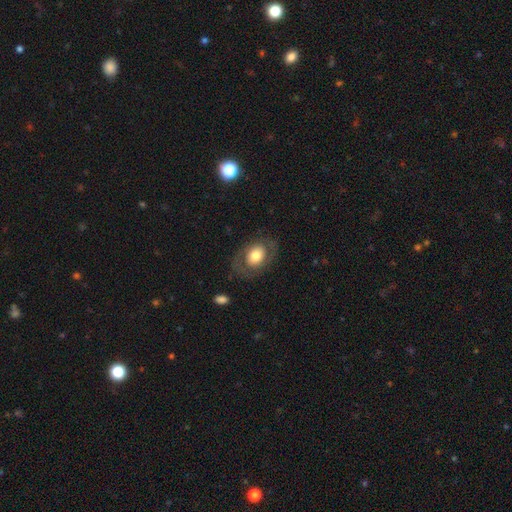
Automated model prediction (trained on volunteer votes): smooth_or_featured: smooth (p=0.56) [alt: featured or disk p=0.37]
how_rounded: in between (p=0.66) [alt: round p=0.33]
merging: none (p=0.76) [alt: minor disturbance p=0.14]